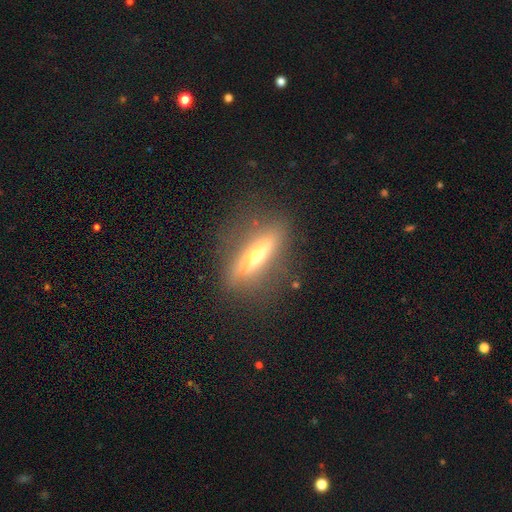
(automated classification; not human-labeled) Overall: featured or disk (59%; smooth 33%). Edge-on disk: yes (81%). Merging: none (77%).